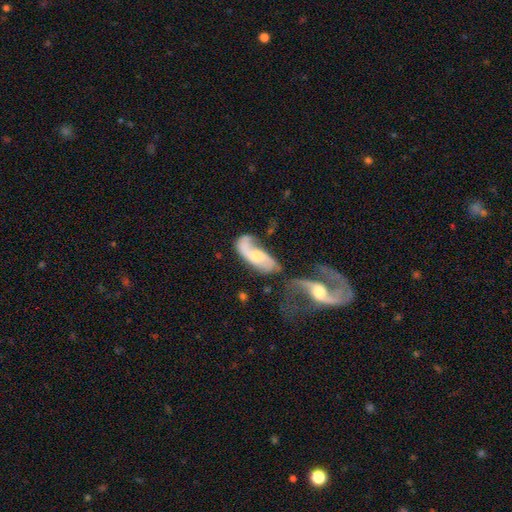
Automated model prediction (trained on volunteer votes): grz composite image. It shows a featured or disk galaxy (76%) with no bar (55%), 2 (78%) loose (57%) spiral arms (88%) and a moderate central bulge (59%). Merging: merger (36%).